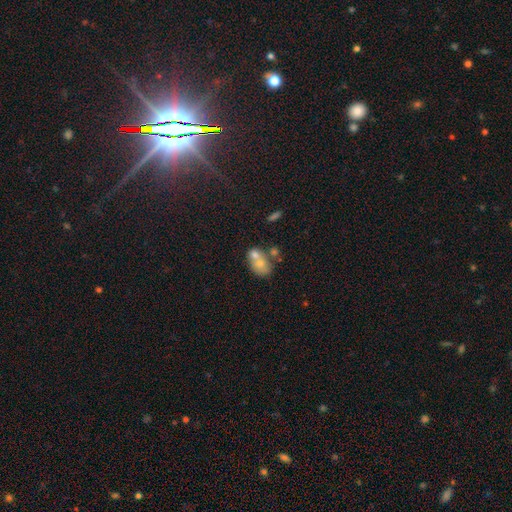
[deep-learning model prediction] smooth-or-featured: star or artifact: 45% | smooth: 29% | featured or disk: 26%